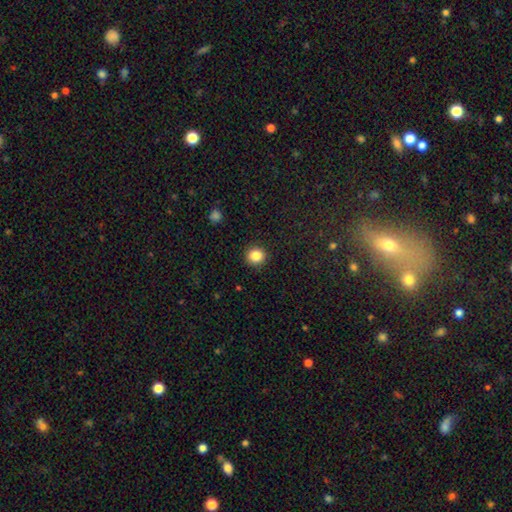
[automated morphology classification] smooth 85%, star or artifact 10%, featured or disk 5%. Down the decision tree: how rounded — round (90%); merging — none (92%).